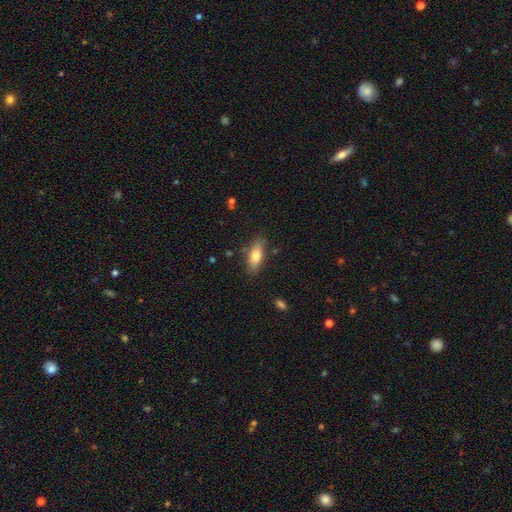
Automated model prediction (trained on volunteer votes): Smooth or featured: smooth — 77% (featured or disk — 16%)
How rounded: in between — 77% (cigar-shaped — 20%)
Merging: none — 79% (minor disturbance — 15%)